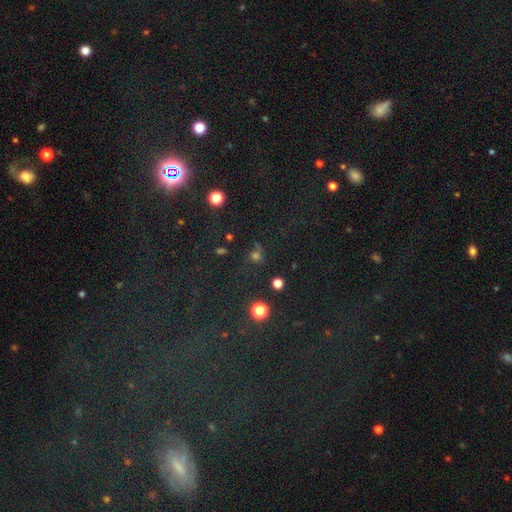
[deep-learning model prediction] Overall: smooth (46%; star or artifact 43%). Merging: none (68%).